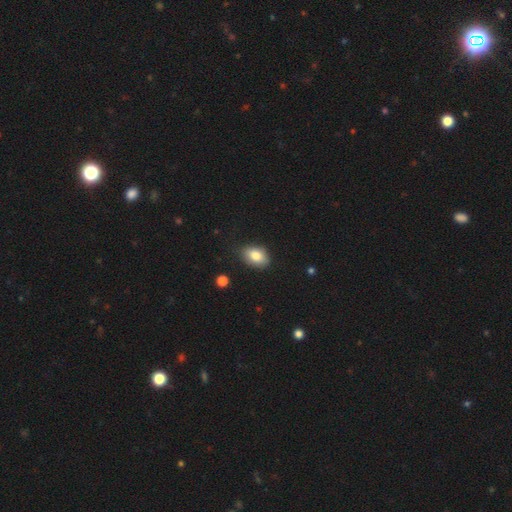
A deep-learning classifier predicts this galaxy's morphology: Smooth or featured? smooth (83%)
How rounded? in between (84%)
Merging? none (79%)